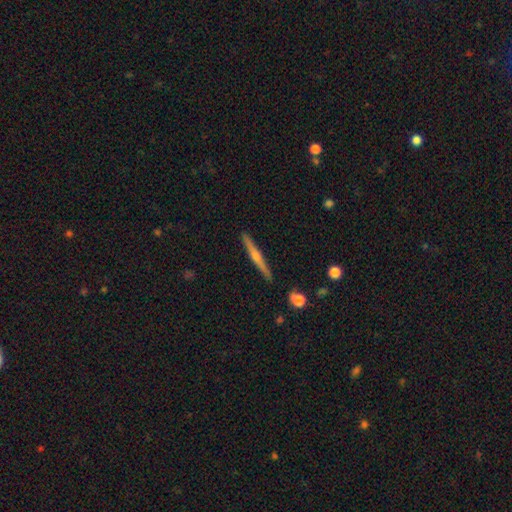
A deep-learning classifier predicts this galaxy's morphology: smooth_or_featured: featured or disk (p=0.73) [alt: smooth p=0.20]
disk_edge_on: yes (p=0.98) [alt: no p=0.02]
edge_on_bulge: rounded (p=0.84) [alt: none p=0.11]
merging: none (p=0.90) [alt: minor disturbance p=0.07]